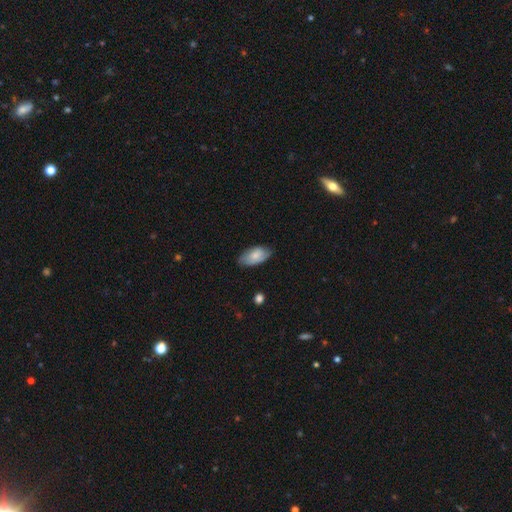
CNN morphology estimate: smooth 69%, featured or disk 25%, star or artifact 6%. Down the decision tree: how rounded — in between (93%); merging — none (73%).